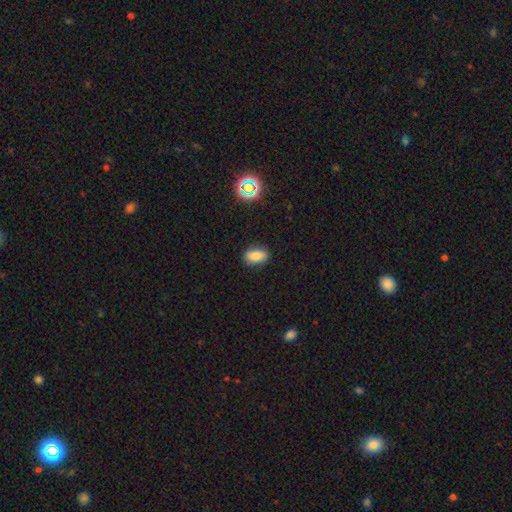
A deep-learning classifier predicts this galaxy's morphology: type=smooth (79%); roundness=in between (86%); merging=none (87%).